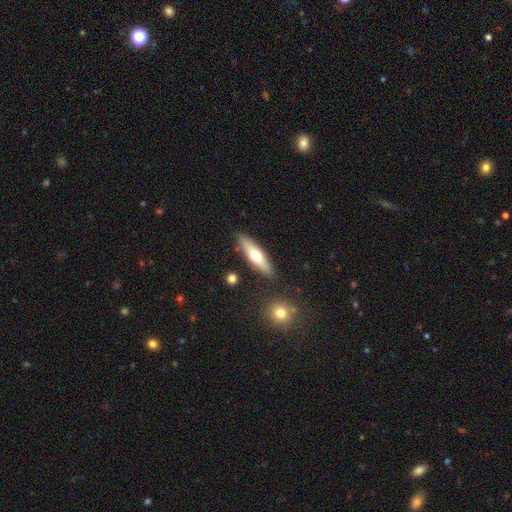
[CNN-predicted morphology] smooth-or-featured: smooth: 53% | featured or disk: 41% | star or artifact: 6%
  how-rounded: cigar-shaped: 64% | in between: 33% | round: 2%
  merging: none: 85% | minor disturbance: 10% | merger: 3% | major disturbance: 2%